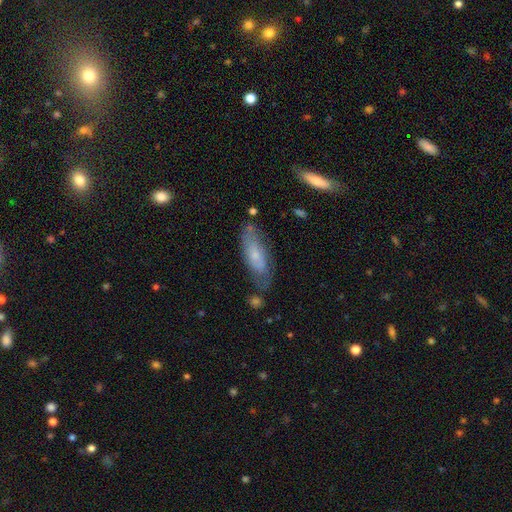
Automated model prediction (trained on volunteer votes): Q: Smooth or featured?
A: smooth (53%); runner-up: featured or disk (41%)
Q: How rounded?
A: in between (62%); runner-up: cigar-shaped (36%)
Q: Merging?
A: none (61%); runner-up: minor disturbance (25%)